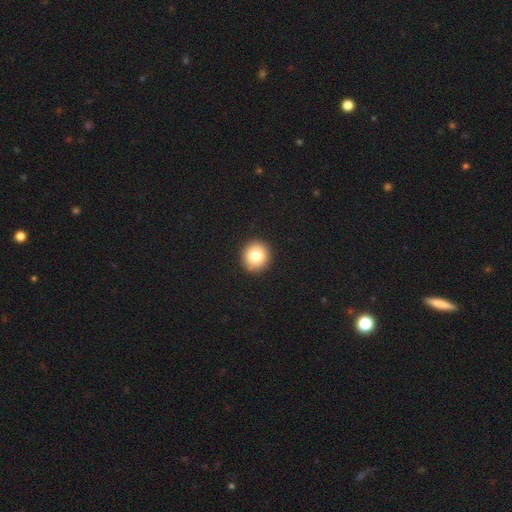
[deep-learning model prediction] The model was most divided on "smooth or featured": smooth: 81%, featured or disk: 10%, star or artifact: 9%. More confident: merging — none (93%); how rounded — round (89%).